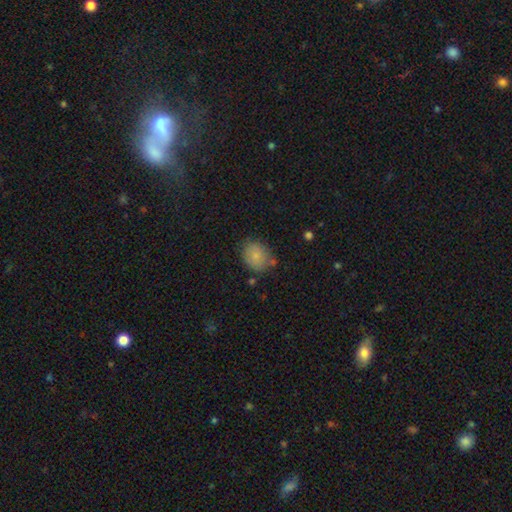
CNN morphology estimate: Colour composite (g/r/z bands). It shows a smooth galaxy with no disk features (83%) that is round (57%). Merging: none (75%).